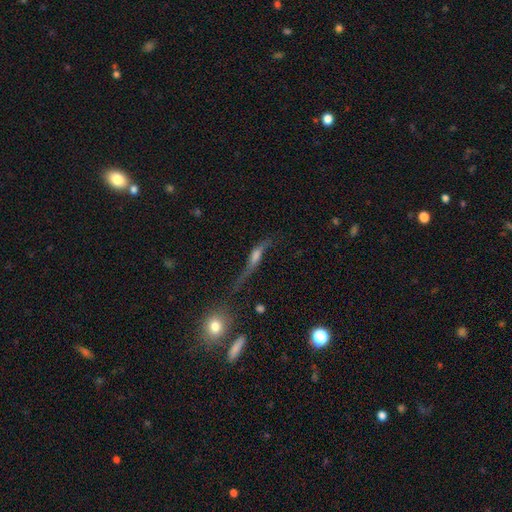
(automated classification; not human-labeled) Smooth or featured: featured or disk — 56% (smooth — 30%)
Edge-on disk: yes — 59% (no — 41%)
Merging: none — 38% (major disturbance — 32%)